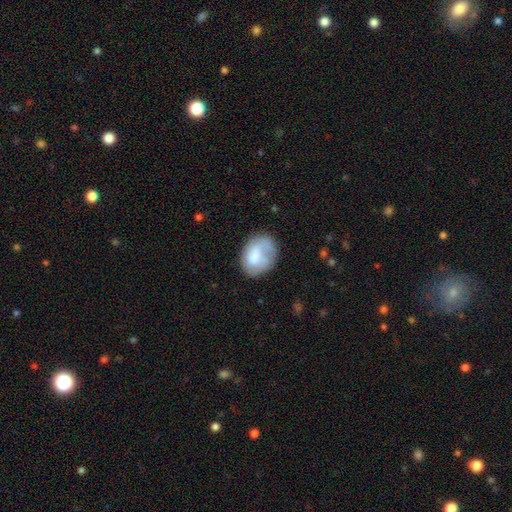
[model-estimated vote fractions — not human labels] The model was most divided on "merging": none: 51%, minor disturbance: 27%, major disturbance: 16%, merger: 7%. More confident: smooth or featured — smooth (69%); how rounded — in between (65%).